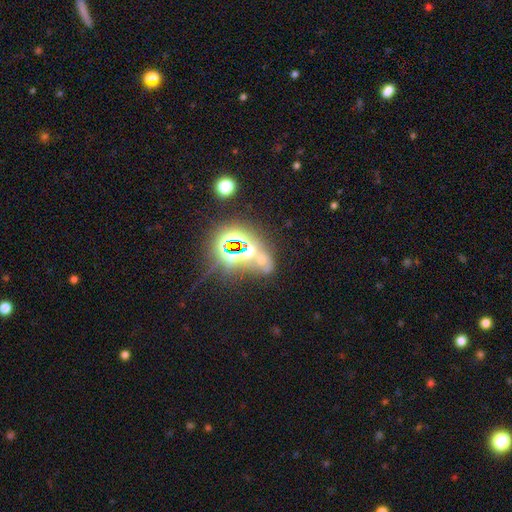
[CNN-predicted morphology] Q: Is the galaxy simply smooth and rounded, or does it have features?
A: star or artifact — 62%.